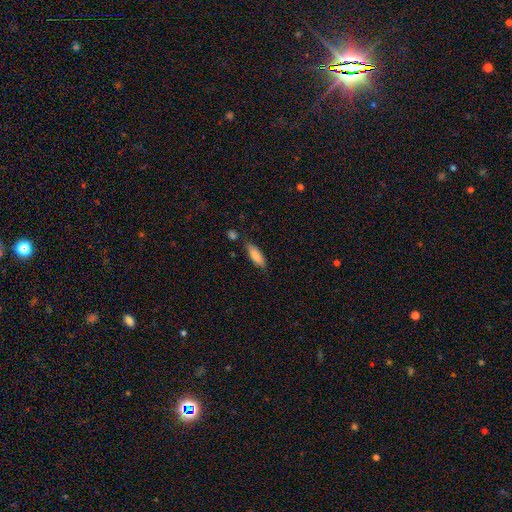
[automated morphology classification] A smooth galaxy with no disk features (82%) that is in between round and cigar-shaped (56%). Merging: none (72%).